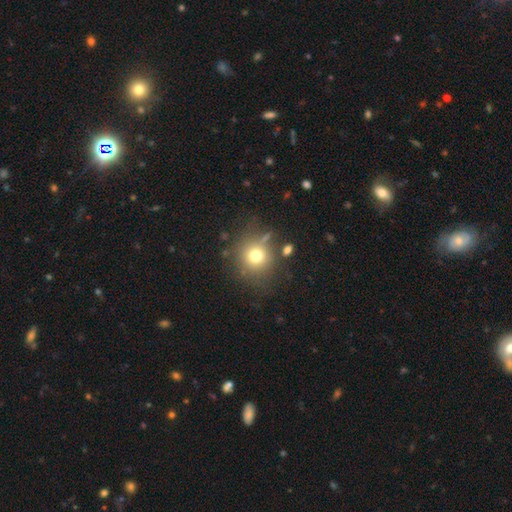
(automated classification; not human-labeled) Smooth or featured?
  - smooth: 72% *
  - star or artifact: 15%
  - featured or disk: 12%
How rounded?
  - round: 90% *
  - in between: 9%
  - cigar-shaped: 1%
Merging?
  - none: 76% *
  - minor disturbance: 12%
  - major disturbance: 6%
  - merger: 6%